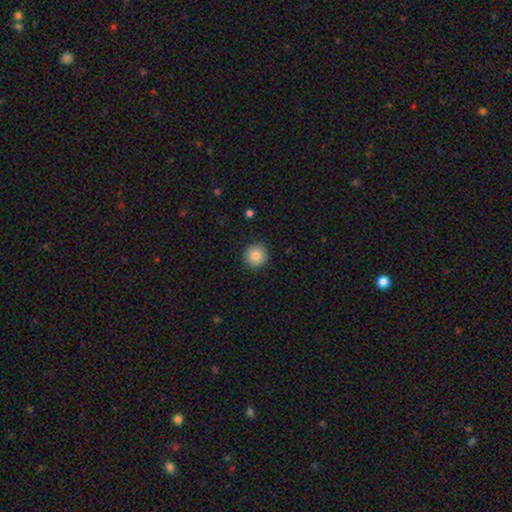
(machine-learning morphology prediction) The model was most divided on "smooth or featured": smooth: 88%, star or artifact: 8%, featured or disk: 3%. More confident: how rounded — round (93%); merging — none (91%).